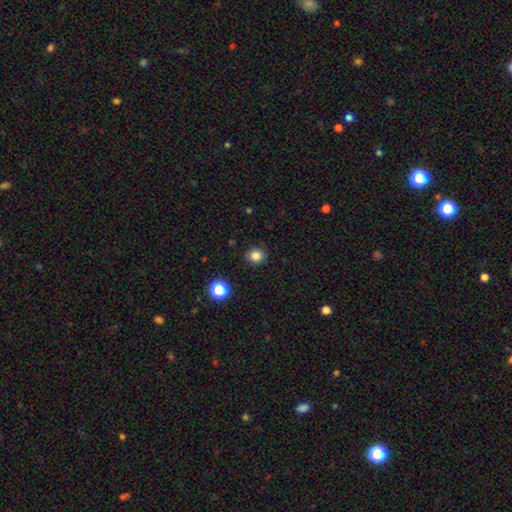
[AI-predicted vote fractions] Q: Smooth or featured?
A: smooth (83%); runner-up: star or artifact (12%)
Q: How rounded?
A: round (82%); runner-up: in between (17%)
Q: Merging?
A: none (88%); runner-up: minor disturbance (8%)